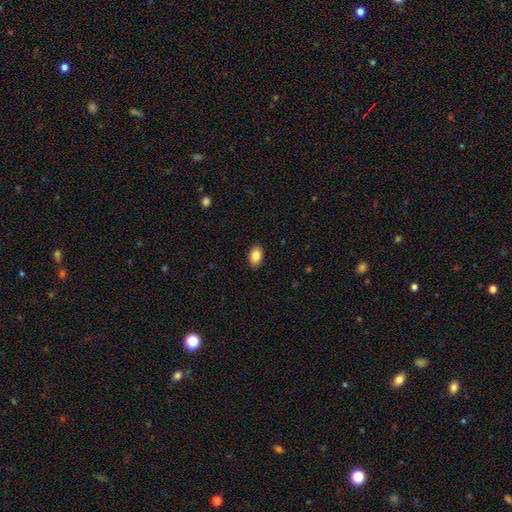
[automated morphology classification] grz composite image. It shows a smooth galaxy with no disk features (86%) that is in between round and cigar-shaped (86%). Merging: none (90%).